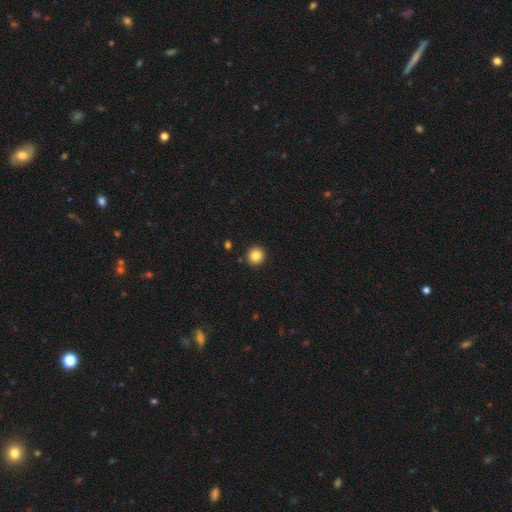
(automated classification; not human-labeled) smooth-or-featured: smooth: 84% | star or artifact: 10% | featured or disk: 6%
  how-rounded: round: 93% | in between: 6% | cigar-shaped: 1%
  merging: none: 92% | minor disturbance: 5% | merger: 2% | major disturbance: 2%